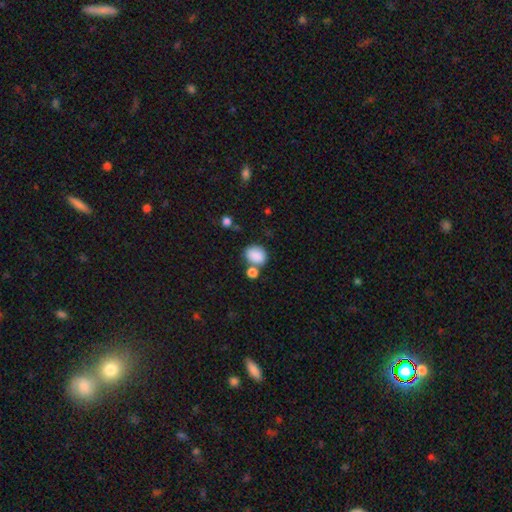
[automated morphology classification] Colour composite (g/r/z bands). It shows a smooth galaxy with no disk features (86%) that is in between round and cigar-shaped (58%). Merging: none (56%).